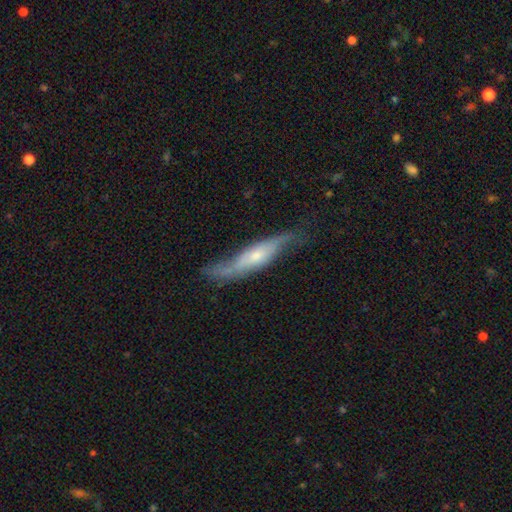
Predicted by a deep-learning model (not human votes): The model was most divided on "edge-on disk": yes: 55%, no: 45%. More confident: smooth or featured — featured or disk (63%); merging — none (56%).